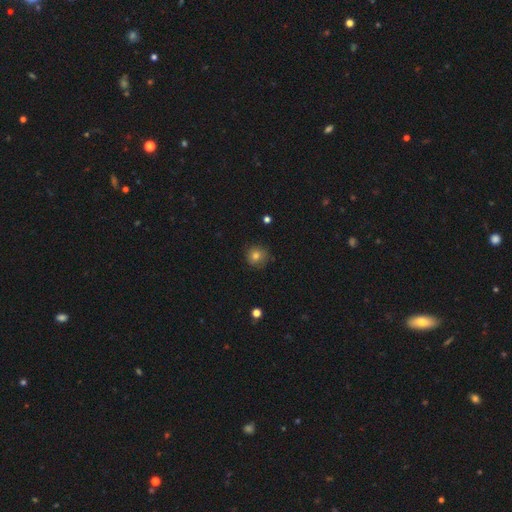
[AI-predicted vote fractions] Q: Smooth or featured?
A: smooth (77%); runner-up: star or artifact (12%)
Q: How rounded?
A: round (90%); runner-up: in between (9%)
Q: Merging?
A: none (81%); runner-up: minor disturbance (15%)